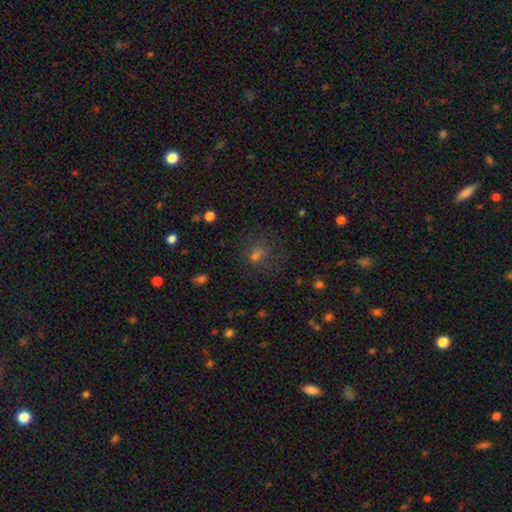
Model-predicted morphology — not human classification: A smooth galaxy with no disk features (53%) that is round (75%).

Vote fractions:
- Smooth or featured? smooth: 53% / star or artifact: 36% / featured or disk: 11%
- How rounded? round: 75% / in between: 24% / cigar-shaped: 1%
- Merging? none: 74% / minor disturbance: 14% / major disturbance: 9% / merger: 3%